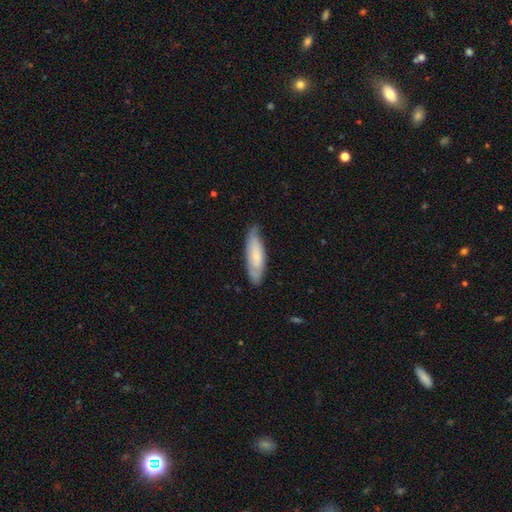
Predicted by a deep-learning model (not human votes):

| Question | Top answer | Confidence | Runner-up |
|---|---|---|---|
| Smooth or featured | smooth | 56% | featured or disk (38%) |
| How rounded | cigar-shaped | 53% | in between (45%) |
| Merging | none | 73% | minor disturbance (22%) |